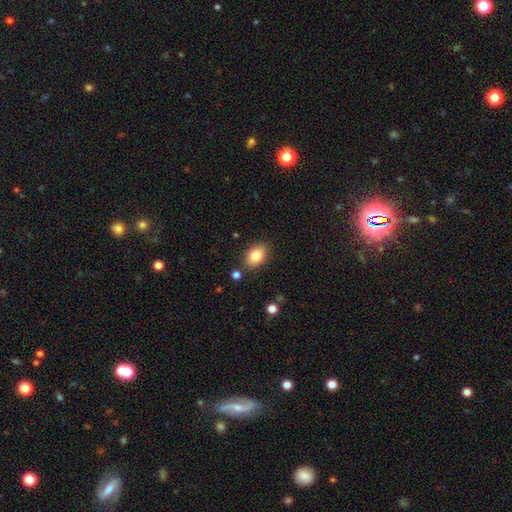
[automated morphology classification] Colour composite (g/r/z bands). It shows a smooth galaxy with no disk features (83%) that is in between round and cigar-shaped (78%). Merging: none (84%).